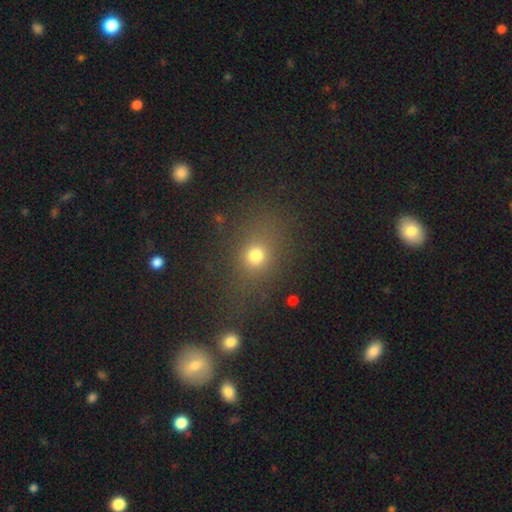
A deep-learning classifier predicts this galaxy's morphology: This appears to be a smooth galaxy with no disk features (71%) that is round (63%). Merging: none (75%).